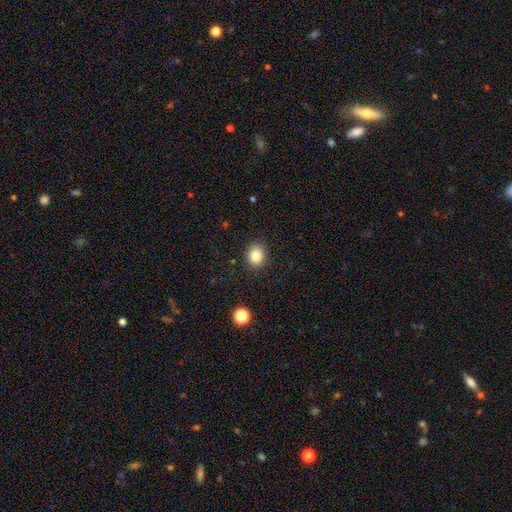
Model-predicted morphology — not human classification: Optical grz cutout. It shows a smooth galaxy with no disk features (84%) that is round (59%). Merging: none (88%).